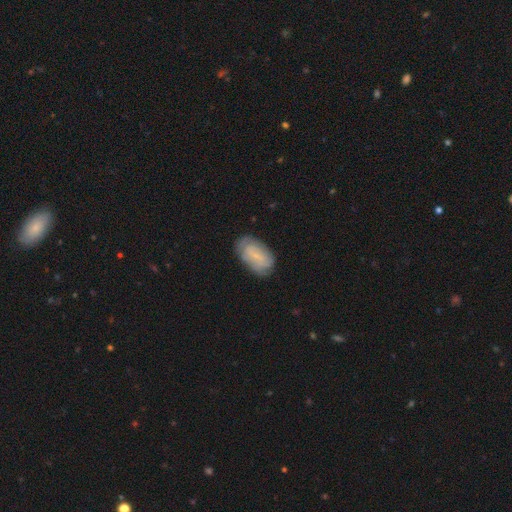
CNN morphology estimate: This appears to be a smooth galaxy with no disk features (46%, tied with featured or disk). Merging: none (72%).